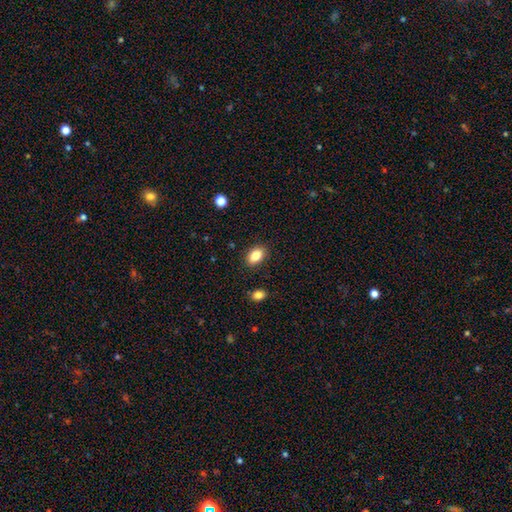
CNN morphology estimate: smooth_or_featured: smooth (p=0.84) [alt: star or artifact p=0.08]
how_rounded: in between (p=0.87) [alt: round p=0.11]
merging: none (p=0.87) [alt: minor disturbance p=0.09]